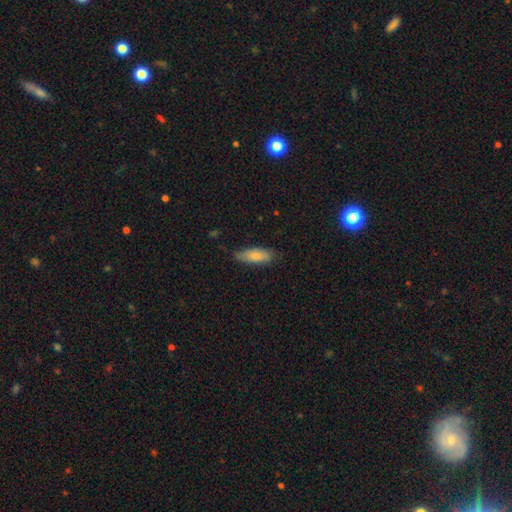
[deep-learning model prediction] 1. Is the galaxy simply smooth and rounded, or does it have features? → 75% smooth, 19% featured or disk, 6% star or artifact.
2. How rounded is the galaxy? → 66% in between, 32% cigar-shaped, 2% round.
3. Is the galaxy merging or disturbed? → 70% none, 25% minor disturbance, 4% major disturbance, 1% merger.